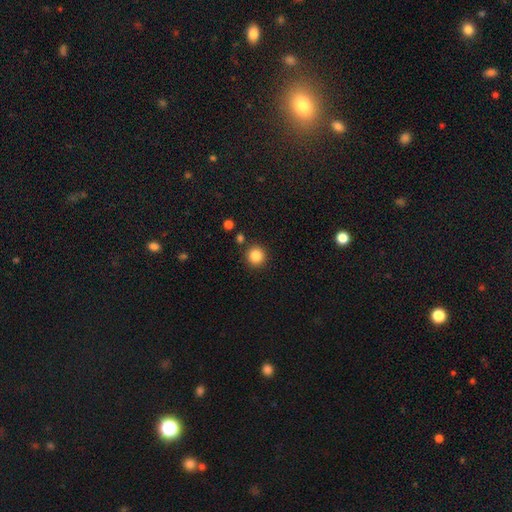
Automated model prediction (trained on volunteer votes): This appears to be a smooth galaxy with no disk features (85%) that is round (95%). Merging: none (89%).